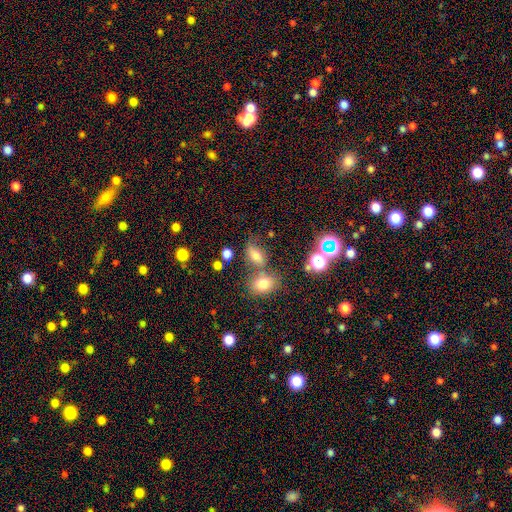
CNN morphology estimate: This is likely a smooth galaxy (65%). How rounded: likely in between (79%). Merging: marginally none (45%).